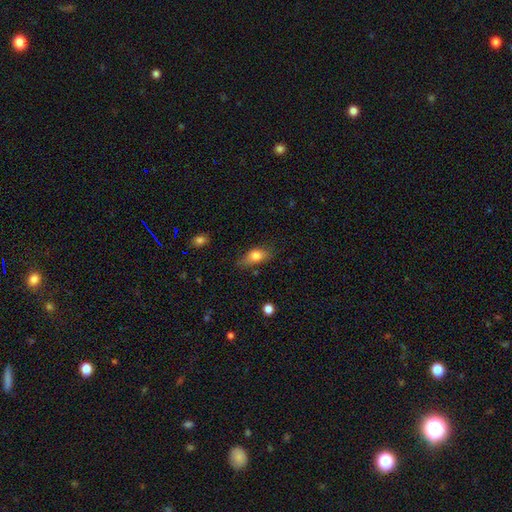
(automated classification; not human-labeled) This is likely a smooth galaxy (77%). How rounded: clearly in between (82%). Merging: likely none (67%).